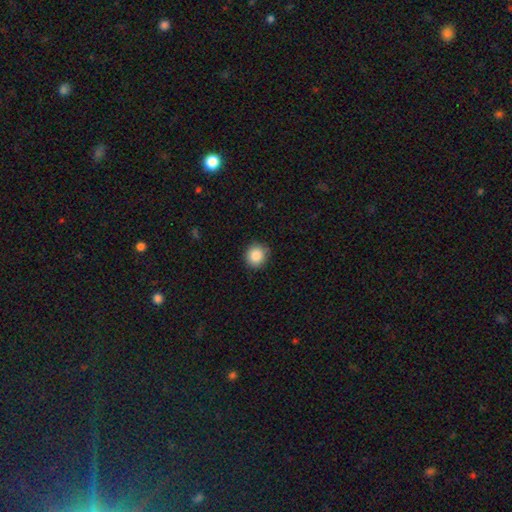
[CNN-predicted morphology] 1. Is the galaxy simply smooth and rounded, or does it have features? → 87% smooth, 9% star or artifact, 4% featured or disk.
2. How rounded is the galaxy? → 91% round, 8% in between, 1% cigar-shaped.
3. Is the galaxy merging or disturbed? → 87% none, 10% minor disturbance, 2% major disturbance, 1% merger.